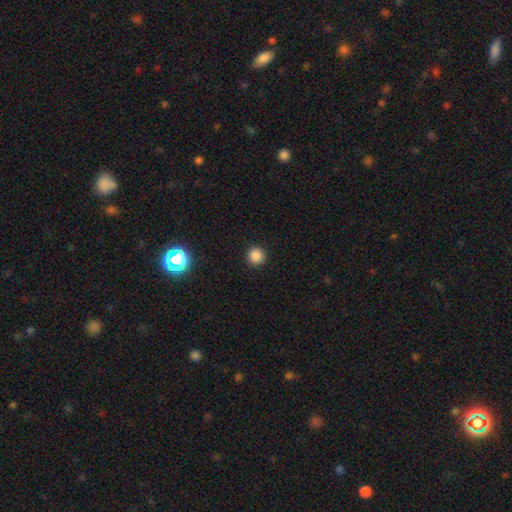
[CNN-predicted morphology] This appears to be a smooth galaxy with no disk features (86%) that is round (95%). Merging: none (93%).